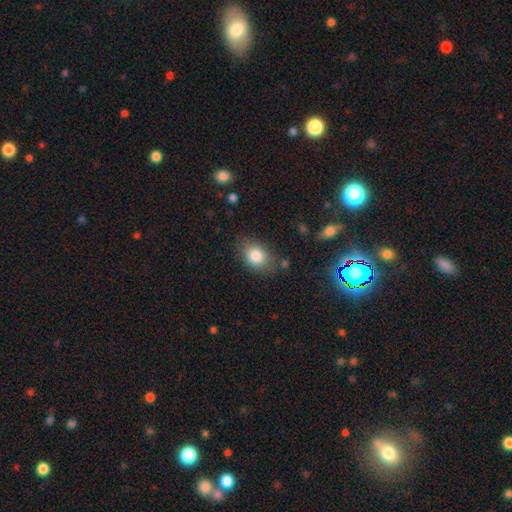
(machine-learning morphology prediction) The model was most divided on "how rounded": in between: 72%, round: 26%, cigar-shaped: 1%. More confident: smooth or featured — smooth (83%); merging — none (77%).